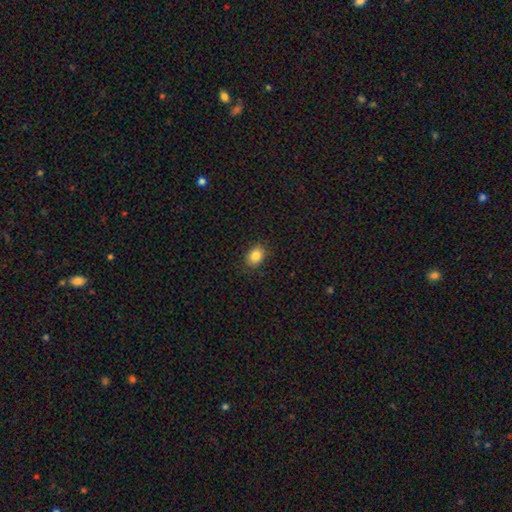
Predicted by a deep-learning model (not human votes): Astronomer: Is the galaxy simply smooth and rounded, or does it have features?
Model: smooth — 84%.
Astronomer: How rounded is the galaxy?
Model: in between — 66%.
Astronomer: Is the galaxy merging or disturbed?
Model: none — 88%.